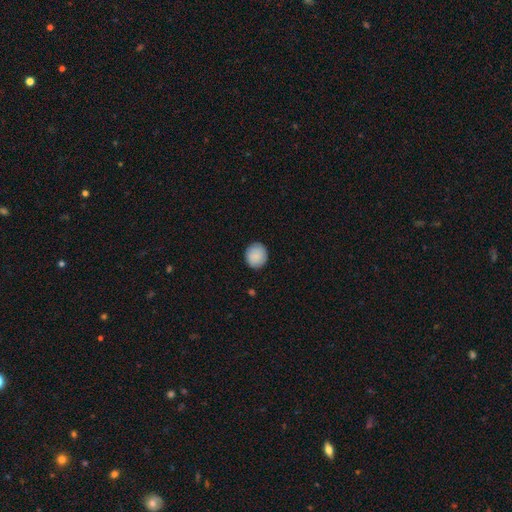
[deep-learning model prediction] Q: Smooth or featured?
A: smooth (88%); runner-up: star or artifact (6%)
Q: How rounded?
A: round (87%); runner-up: in between (12%)
Q: Merging?
A: none (89%); runner-up: minor disturbance (8%)